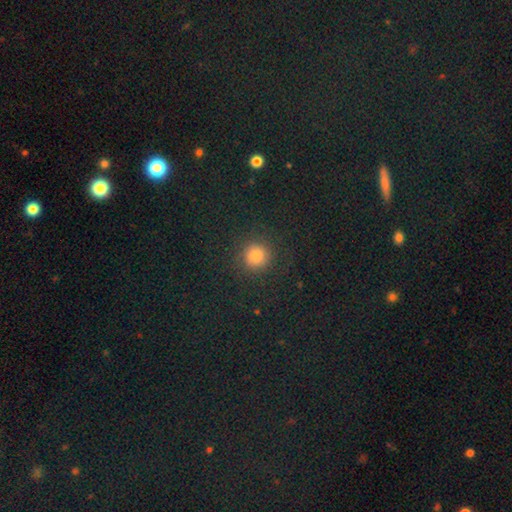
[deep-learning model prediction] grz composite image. It shows a smooth galaxy with no disk features (78%) that is round (92%). Merging: none (90%).